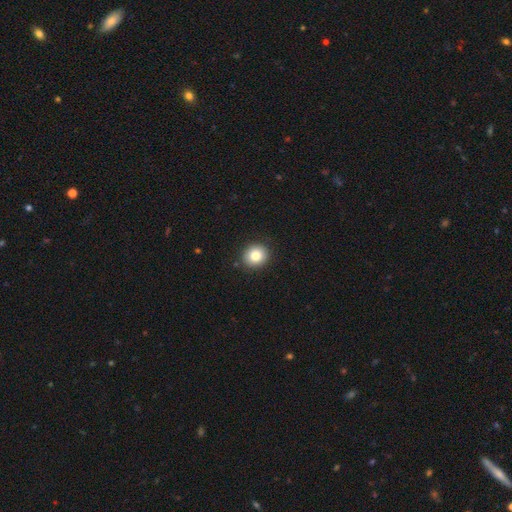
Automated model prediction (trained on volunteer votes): Q: Smooth or featured?
A: smooth (82%); runner-up: star or artifact (10%)
Q: How rounded?
A: round (80%); runner-up: in between (19%)
Q: Merging?
A: none (90%); runner-up: minor disturbance (7%)